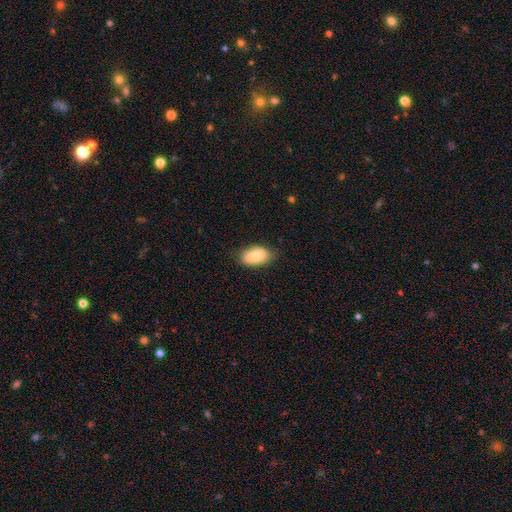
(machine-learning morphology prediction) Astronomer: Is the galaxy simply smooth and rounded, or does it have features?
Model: smooth — 81%.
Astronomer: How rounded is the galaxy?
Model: in between — 93%.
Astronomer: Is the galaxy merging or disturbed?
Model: none — 77%.